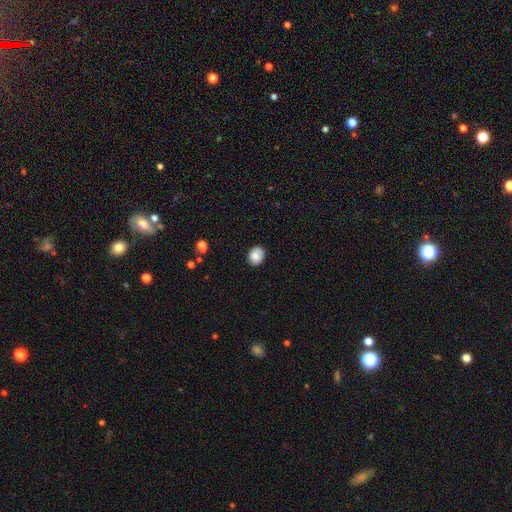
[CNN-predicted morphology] Smooth or featured: smooth — 83% (featured or disk — 8%)
How rounded: round — 56% (in between — 44%)
Merging: none — 84% (minor disturbance — 12%)